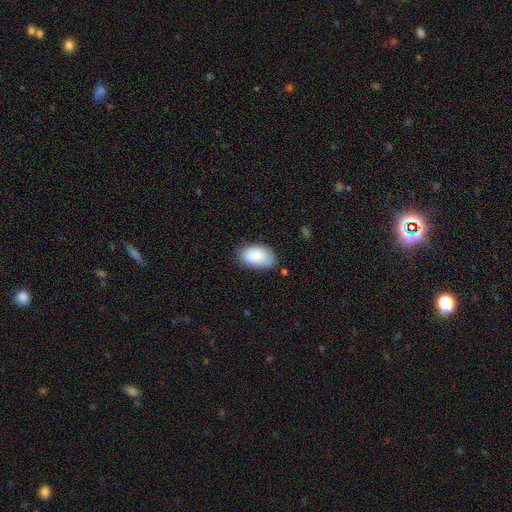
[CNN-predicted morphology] Smooth or featured: smooth — 86% (featured or disk — 8%)
How rounded: in between — 93% (round — 6%)
Merging: none — 71% (minor disturbance — 22%)